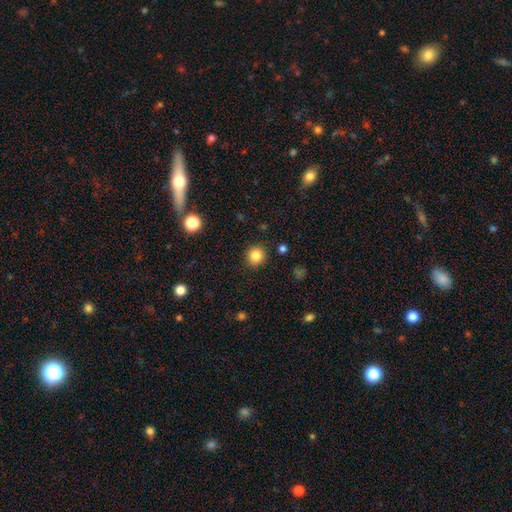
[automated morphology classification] Smooth or featured?
  - smooth: 84% *
  - star or artifact: 11%
  - featured or disk: 5%
How rounded?
  - round: 91% *
  - in between: 8%
  - cigar-shaped: 1%
Merging?
  - none: 90% *
  - minor disturbance: 6%
  - major disturbance: 2%
  - merger: 2%